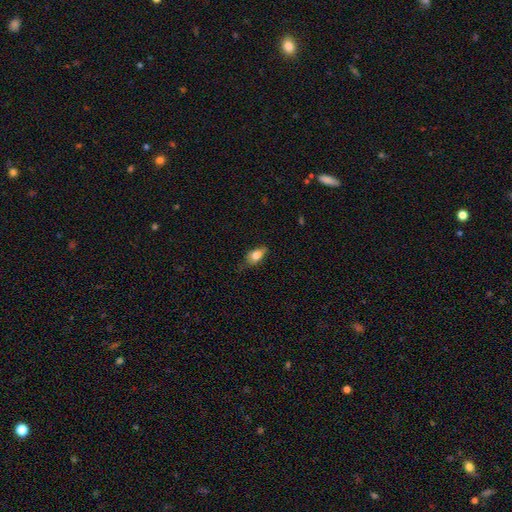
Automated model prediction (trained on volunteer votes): A smooth galaxy with no disk features (78%) that is in between round and cigar-shaped (85%).

Vote fractions:
- Smooth or featured? smooth: 78% / featured or disk: 14% / star or artifact: 8%
- How rounded? in between: 85% / round: 8% / cigar-shaped: 7%
- Merging? none: 53% / minor disturbance: 35% / major disturbance: 10% / merger: 2%